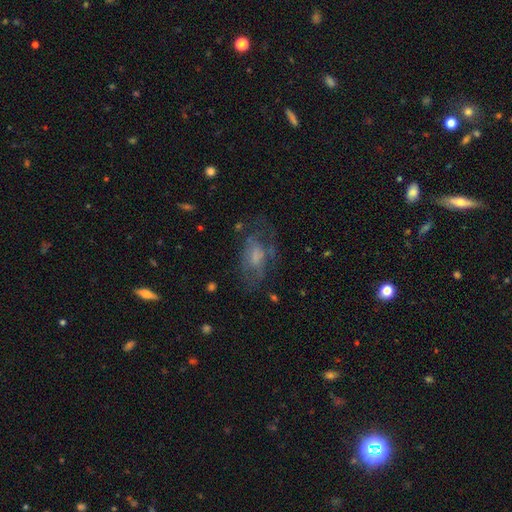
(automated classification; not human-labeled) Overall: featured or disk (49%; smooth 39%). Merging: none (47%; major disturbance 28%).